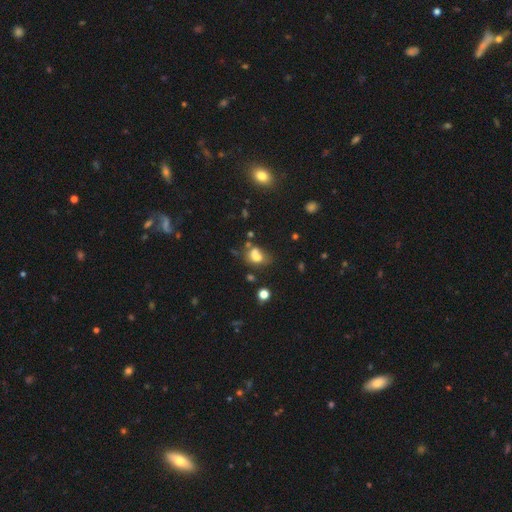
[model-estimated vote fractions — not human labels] smooth_or_featured: smooth (p=0.65) [alt: featured or disk p=0.18]
how_rounded: in between (p=0.55) [alt: round p=0.44]
merging: merger (p=0.44) [alt: none p=0.31]